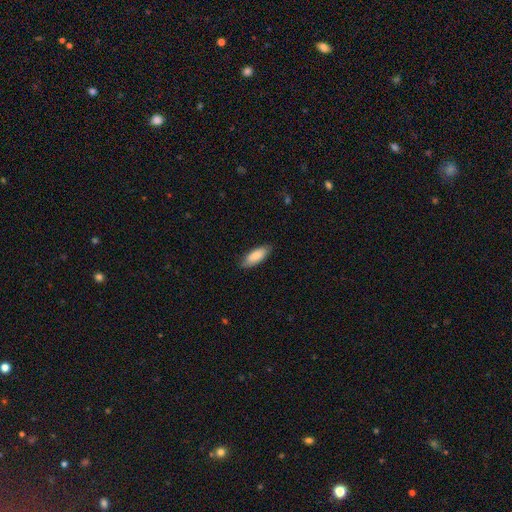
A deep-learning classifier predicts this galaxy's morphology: Smooth or featured: smooth — 85% (featured or disk — 9%)
How rounded: in between — 74% (cigar-shaped — 25%)
Merging: none — 82% (minor disturbance — 14%)